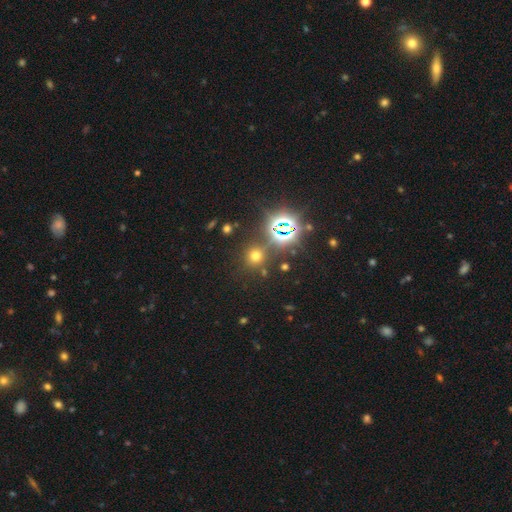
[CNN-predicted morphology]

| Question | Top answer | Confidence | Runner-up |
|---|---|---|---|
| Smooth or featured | smooth | 52% | star or artifact (41%) |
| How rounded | round | 89% | in between (9%) |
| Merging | none | 80% | minor disturbance (9%) |